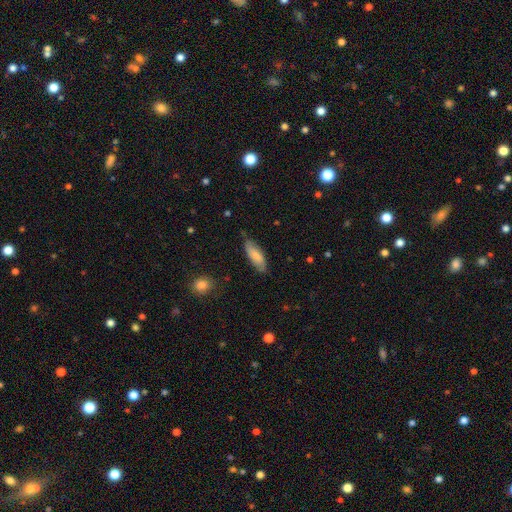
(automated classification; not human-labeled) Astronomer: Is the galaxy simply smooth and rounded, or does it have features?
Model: smooth — 76%.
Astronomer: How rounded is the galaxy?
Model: in between — 64%.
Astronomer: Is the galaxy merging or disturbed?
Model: none — 78%.